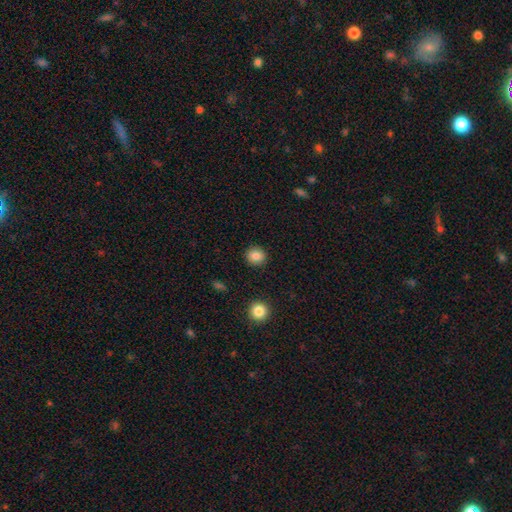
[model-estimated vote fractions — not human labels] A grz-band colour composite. It shows a smooth galaxy with no disk features (86%) that is round (81%). Merging: none (91%).